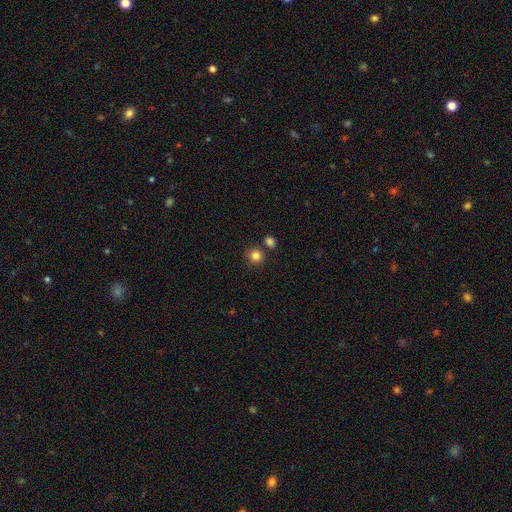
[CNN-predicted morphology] smooth_or_featured: smooth (p=0.84) [alt: star or artifact p=0.12]
how_rounded: round (p=0.88) [alt: in between p=0.11]
merging: none (p=0.78) [alt: merger p=0.11]